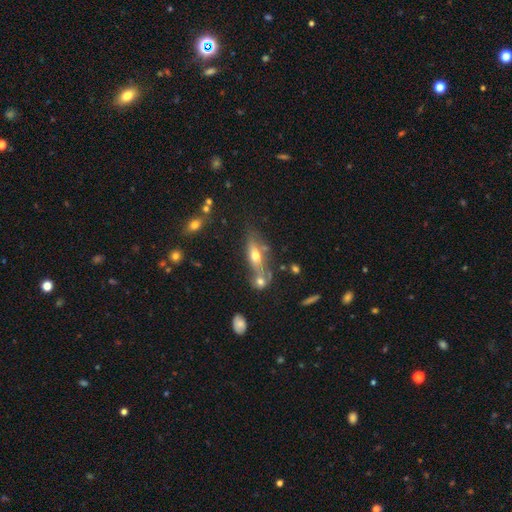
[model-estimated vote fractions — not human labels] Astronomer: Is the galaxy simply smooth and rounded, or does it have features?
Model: smooth — 52% (runner-up: featured or disk, 37%).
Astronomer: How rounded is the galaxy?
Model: in between — 59% (runner-up: cigar-shaped, 34%).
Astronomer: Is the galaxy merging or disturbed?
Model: none — 45% (runner-up: merger, 33%).